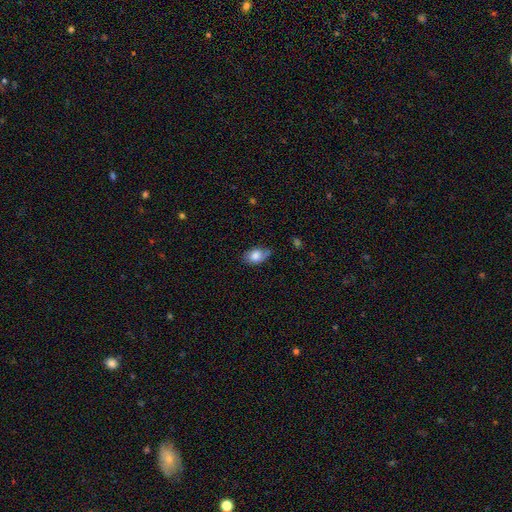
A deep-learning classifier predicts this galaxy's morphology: smooth_or_featured: smooth (p=0.78) [alt: featured or disk p=0.14]
how_rounded: in between (p=0.85) [alt: round p=0.13]
merging: none (p=0.57) [alt: minor disturbance p=0.33]